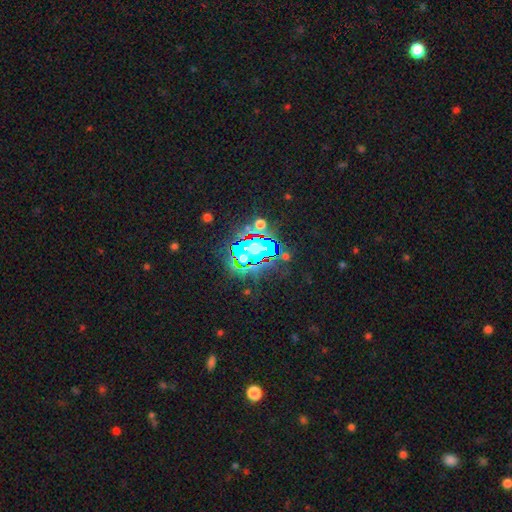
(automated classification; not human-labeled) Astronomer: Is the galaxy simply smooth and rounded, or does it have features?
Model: star or artifact — 74%.